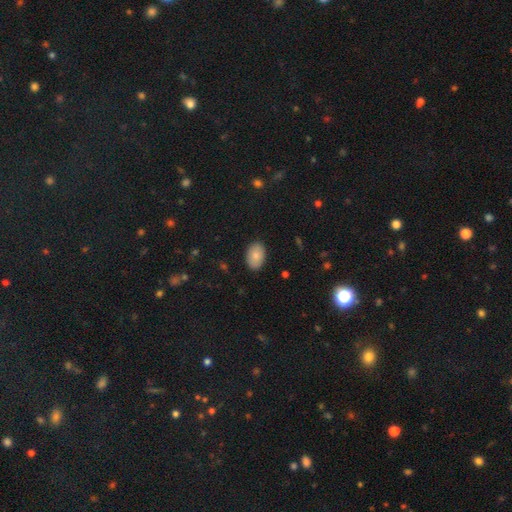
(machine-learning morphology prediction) The model was most divided on "smooth or featured": smooth: 83%, featured or disk: 10%, star or artifact: 7%. More confident: how rounded — in between (89%); merging — none (88%).